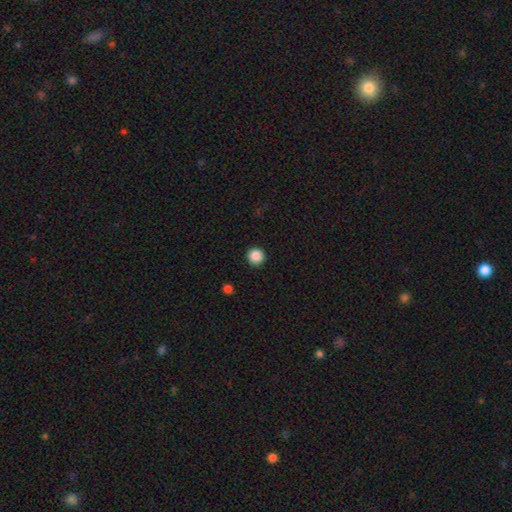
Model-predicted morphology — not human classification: Smooth or featured?
  - smooth: 87% *
  - star or artifact: 10%
  - featured or disk: 3%
How rounded?
  - round: 96% *
  - in between: 3%
  - cigar-shaped: 1%
Merging?
  - none: 93% *
  - minor disturbance: 5%
  - major disturbance: 2%
  - merger: 1%